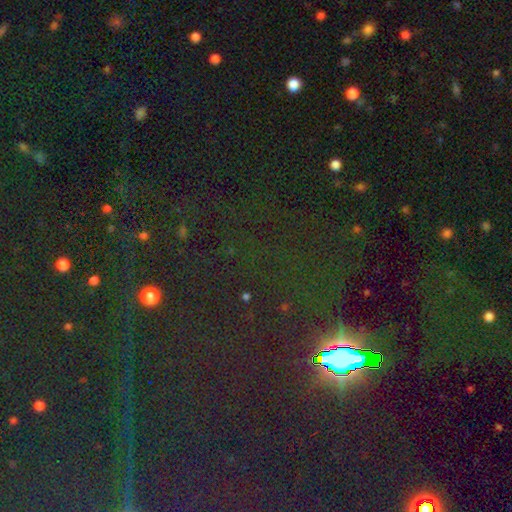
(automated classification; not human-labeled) Overall: star or artifact (83%).